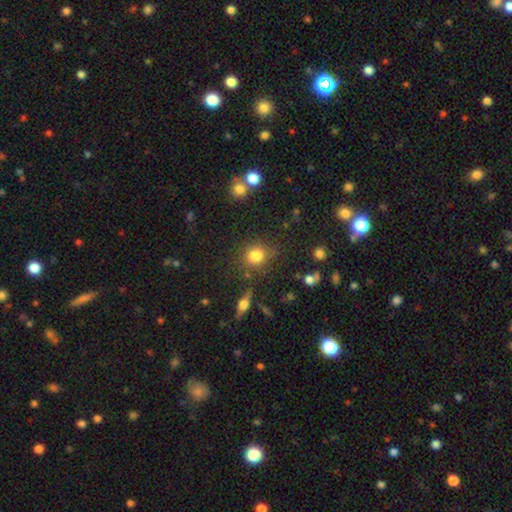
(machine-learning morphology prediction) Smooth or featured: smooth — 79% (star or artifact — 13%)
How rounded: round — 83% (in between — 16%)
Merging: none — 81% (minor disturbance — 10%)